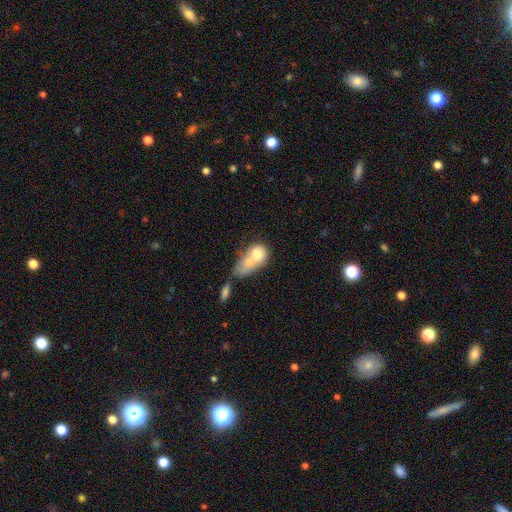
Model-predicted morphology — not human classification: Smooth or featured: smooth — 70% (featured or disk — 22%)
How rounded: in between — 66% (round — 29%)
Merging: merger — 69% (none — 14%)